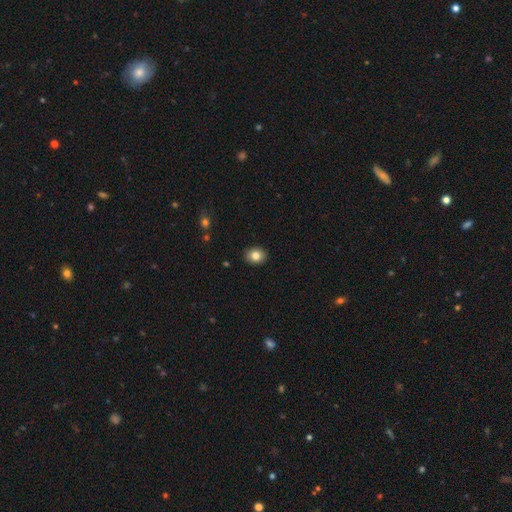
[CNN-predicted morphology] Overall: smooth (81%). How rounded: round (57%; in between 42%). Merging: none (91%).